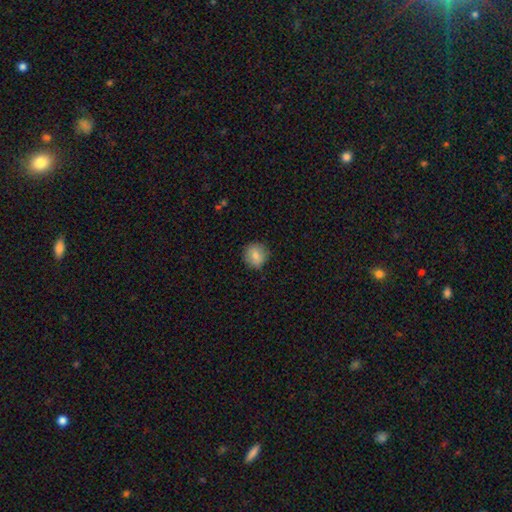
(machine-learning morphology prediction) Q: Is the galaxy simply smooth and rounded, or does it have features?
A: smooth — 82%.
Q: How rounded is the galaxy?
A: round — 90%.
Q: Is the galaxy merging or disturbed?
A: none — 86%.